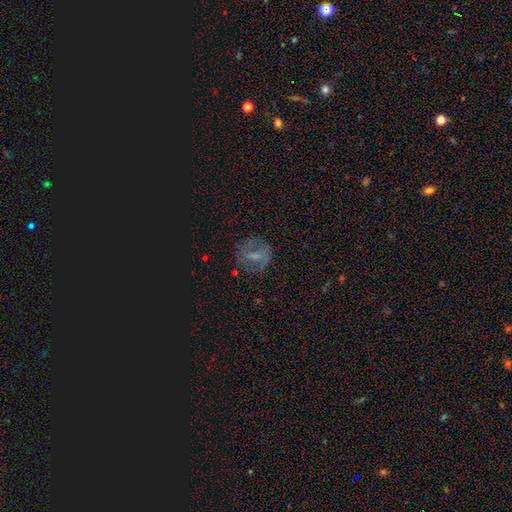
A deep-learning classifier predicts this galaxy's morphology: This is possibly a featured or disk galaxy (46%). Merging: likely none (72%).